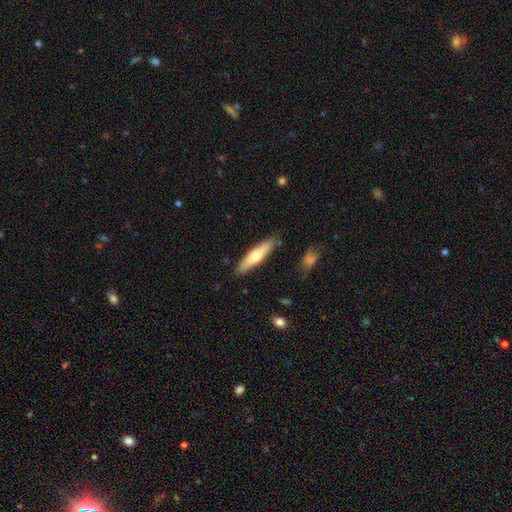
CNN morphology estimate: Q: Smooth or featured?
A: smooth (59%); runner-up: featured or disk (36%)
Q: How rounded?
A: cigar-shaped (76%); runner-up: in between (23%)
Q: Merging?
A: none (87%); runner-up: minor disturbance (9%)